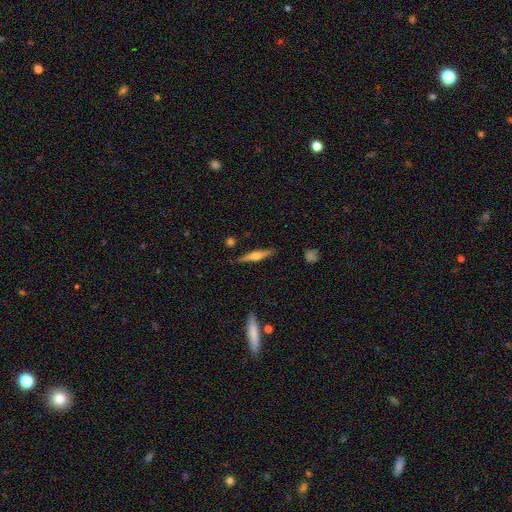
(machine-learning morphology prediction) type=featured or disk (52%); edge-on=yes (95%); merging=none (86%).